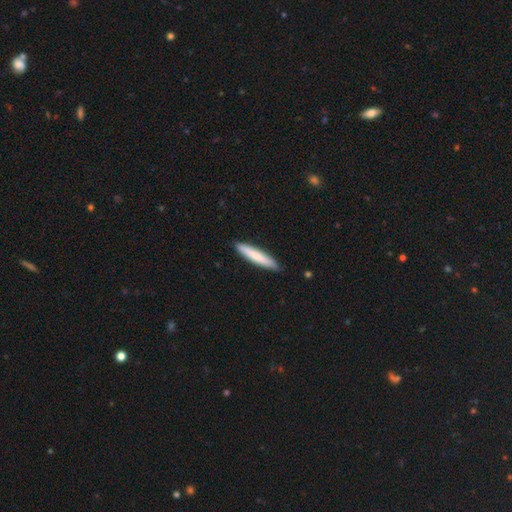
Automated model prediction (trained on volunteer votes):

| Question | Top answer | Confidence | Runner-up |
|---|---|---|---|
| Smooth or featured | smooth | 76% | featured or disk (19%) |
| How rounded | cigar-shaped | 92% | in between (7%) |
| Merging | none | 89% | minor disturbance (9%) |